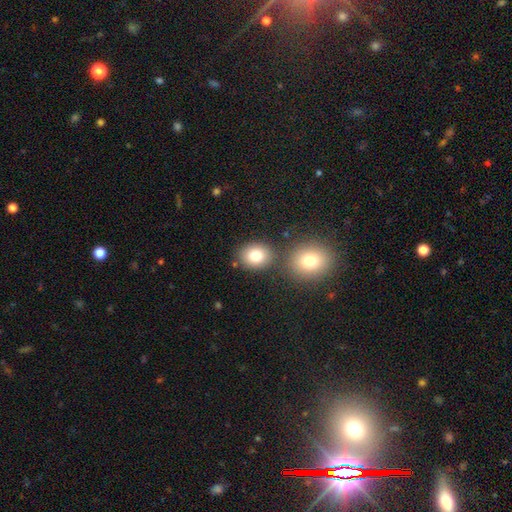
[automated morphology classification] This appears to be a smooth galaxy with no disk features (80%) that is round (61%). Merging: none (74%).